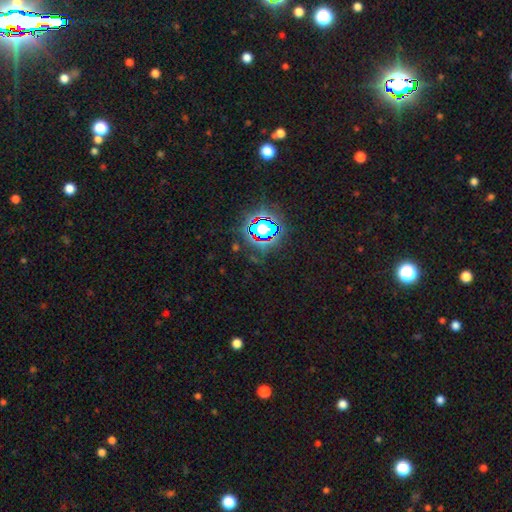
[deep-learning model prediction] This appears to be a star or artifact, not a galaxy (80%).